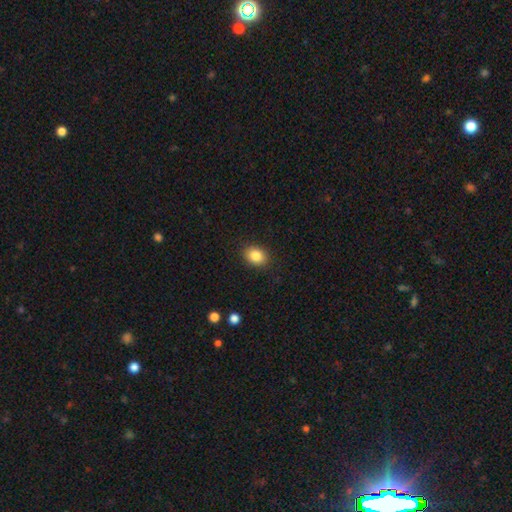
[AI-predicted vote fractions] Smooth or featured: smooth — 85% (star or artifact — 9%)
How rounded: in between — 55% (round — 44%)
Merging: none — 87% (minor disturbance — 9%)